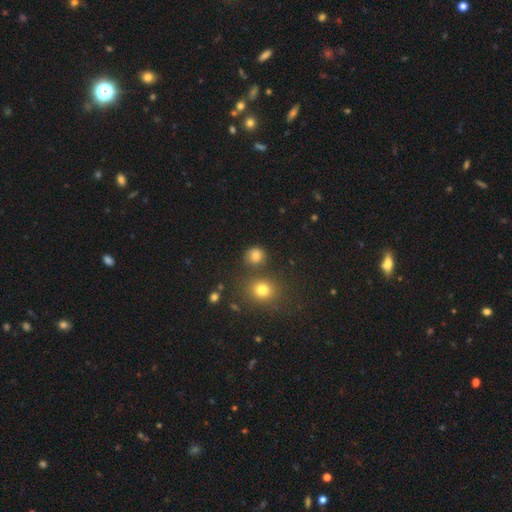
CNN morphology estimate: The model was most divided on "smooth or featured": smooth: 79%, star or artifact: 15%, featured or disk: 6%. More confident: how rounded — round (85%); merging — none (78%).